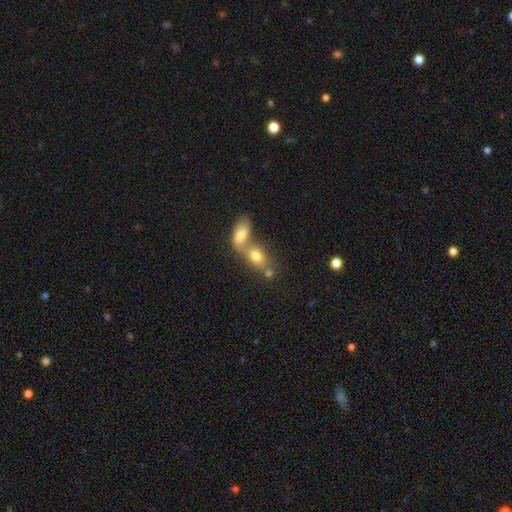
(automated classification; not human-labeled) Q: Smooth or featured?
A: smooth (73%); runner-up: featured or disk (17%)
Q: How rounded?
A: in between (72%); runner-up: round (23%)
Q: Merging?
A: merger (63%); runner-up: none (25%)